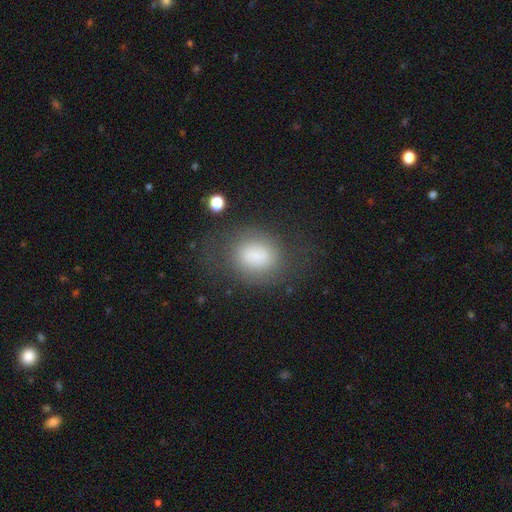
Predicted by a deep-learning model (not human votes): Morphology: type=smooth (74%); roundness=round (51%); merging=none (58%).